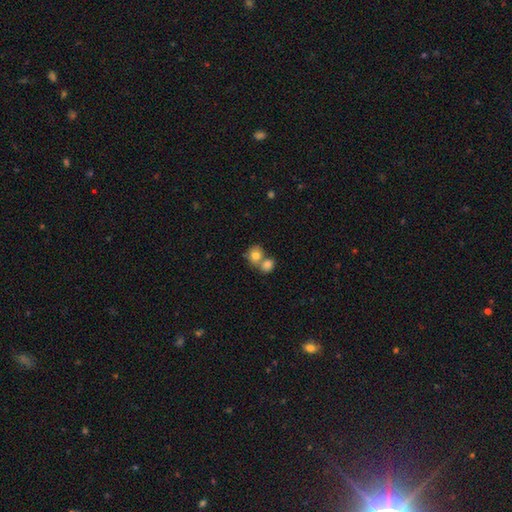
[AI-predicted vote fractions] The model was most divided on "merging": merger: 52%, none: 38%, minor disturbance: 7%, major disturbance: 3%. More confident: smooth or featured — smooth (79%); how rounded — round (74%).